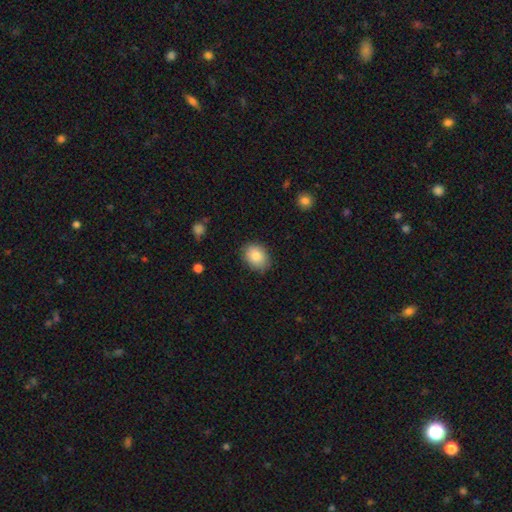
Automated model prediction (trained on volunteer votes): smooth 84%, featured or disk 8%, star or artifact 8%. Down the decision tree: how rounded — in between (65%); merging — none (83%).